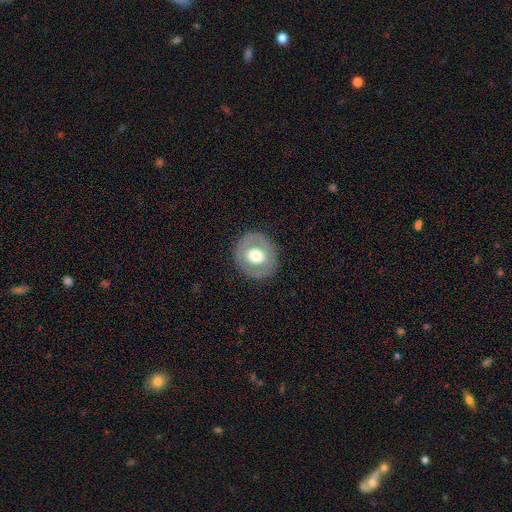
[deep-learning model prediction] Smooth or featured? Predicted: smooth (p=0.52). How rounded? Predicted: round (p=0.81). Merging? Predicted: none (p=0.85).